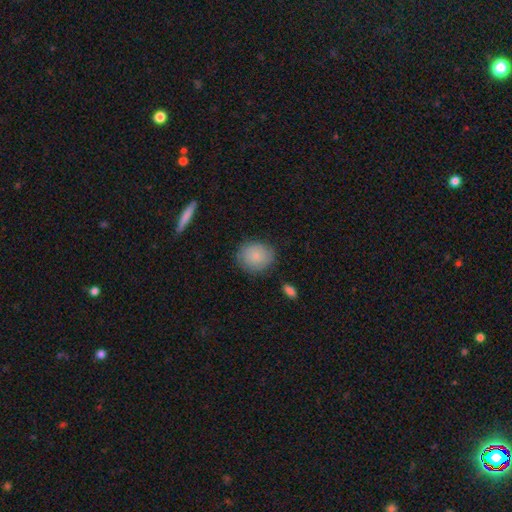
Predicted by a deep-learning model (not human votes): smooth_or_featured: smooth (p=0.82) [alt: featured or disk p=0.10]
how_rounded: round (p=0.73) [alt: in between p=0.26]
merging: none (p=0.81) [alt: minor disturbance p=0.14]